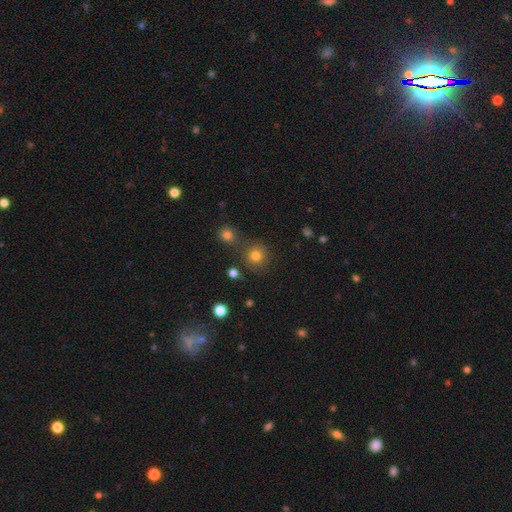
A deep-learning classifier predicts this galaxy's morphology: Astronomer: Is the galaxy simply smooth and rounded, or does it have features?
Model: smooth — 78%.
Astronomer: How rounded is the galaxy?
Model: round — 89%.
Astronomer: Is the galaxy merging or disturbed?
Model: none — 75%.